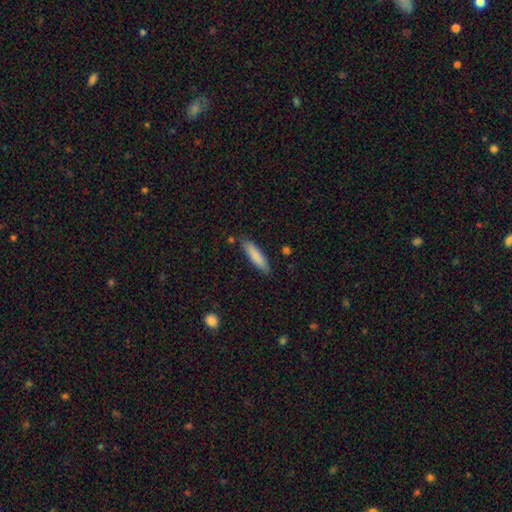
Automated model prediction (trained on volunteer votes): A smooth galaxy with no disk features (84%) that is cigar-shaped (76%). Merging: none (83%).